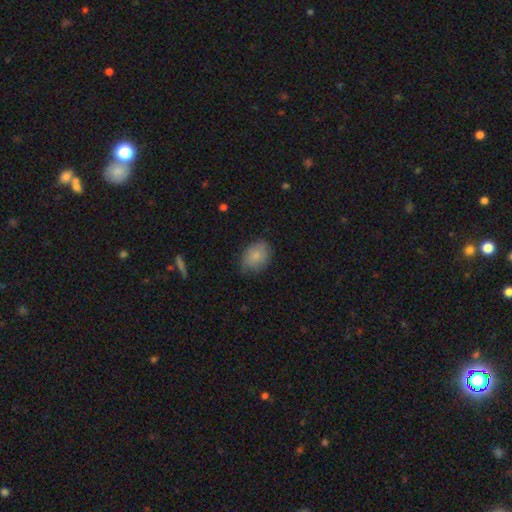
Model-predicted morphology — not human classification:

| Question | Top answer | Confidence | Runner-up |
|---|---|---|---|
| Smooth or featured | smooth | 79% | featured or disk (14%) |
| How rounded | in between | 71% | round (28%) |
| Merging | none | 71% | minor disturbance (24%) |